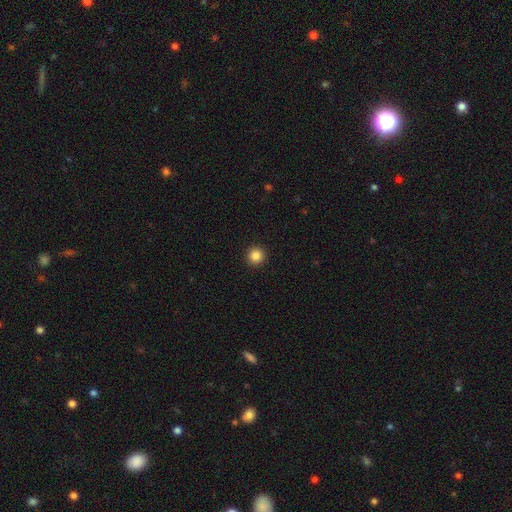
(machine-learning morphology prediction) smooth_or_featured: smooth (p=0.86) [alt: star or artifact p=0.11]
how_rounded: round (p=0.96) [alt: in between p=0.03]
merging: none (p=0.93) [alt: minor disturbance p=0.04]